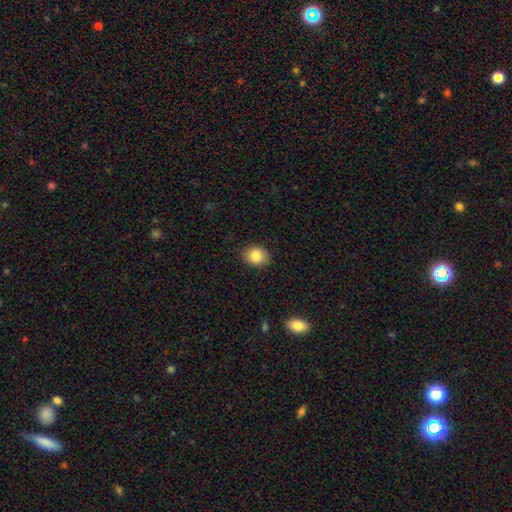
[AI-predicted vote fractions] The model was most divided on "how rounded": round: 52%, in between: 47%, cigar-shaped: 1%. More confident: merging — none (88%); smooth or featured — smooth (86%).